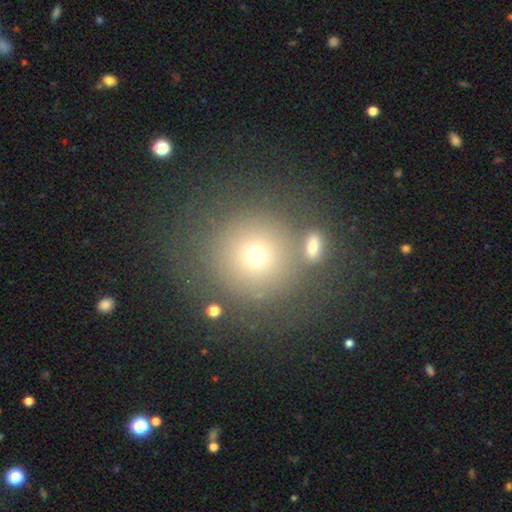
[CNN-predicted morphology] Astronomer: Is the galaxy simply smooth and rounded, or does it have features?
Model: smooth — 65%.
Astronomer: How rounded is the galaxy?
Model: round — 93%.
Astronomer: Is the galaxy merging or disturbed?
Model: none — 71%.